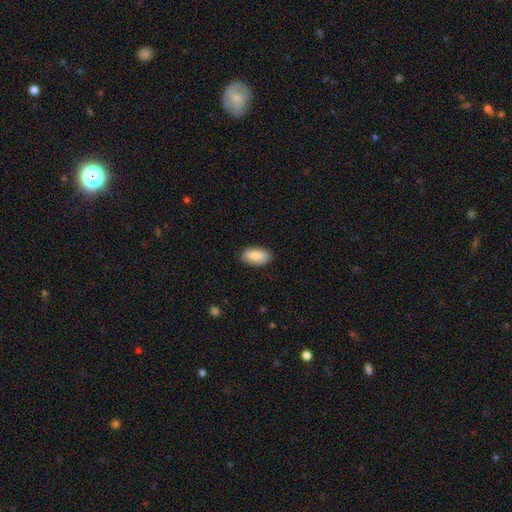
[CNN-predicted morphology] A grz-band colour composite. It shows a smooth galaxy with no disk features (85%) that is in between round and cigar-shaped (93%). Merging: none (88%).